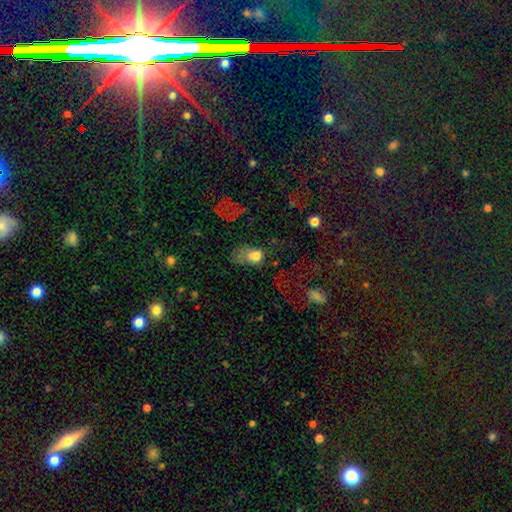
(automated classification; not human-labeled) Smooth or featured? smooth (68%)
How rounded? in between (72%)
Merging? major disturbance (44%)